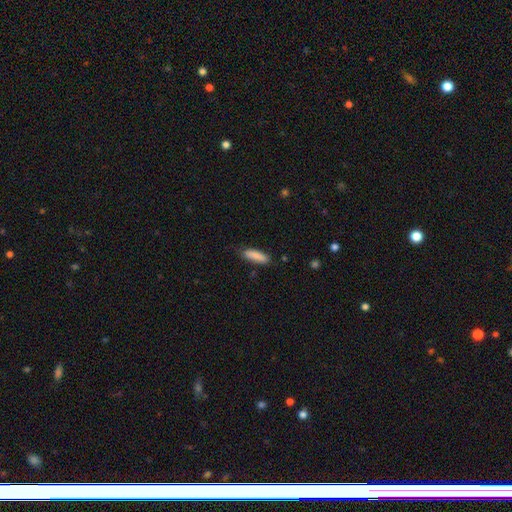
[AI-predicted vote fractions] A smooth galaxy with no disk features (87%) that is cigar-shaped (59%). Merging: none (79%).